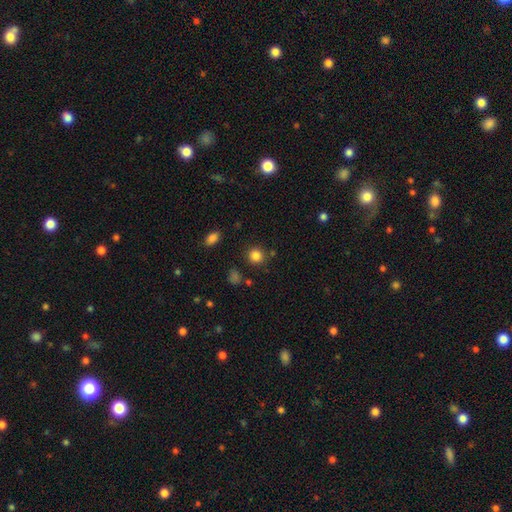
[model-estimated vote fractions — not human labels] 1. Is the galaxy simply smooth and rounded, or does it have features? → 84% smooth, 12% star or artifact, 4% featured or disk.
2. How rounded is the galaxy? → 89% round, 10% in between, 1% cigar-shaped.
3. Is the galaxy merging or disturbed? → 85% none, 8% minor disturbance, 4% merger, 3% major disturbance.